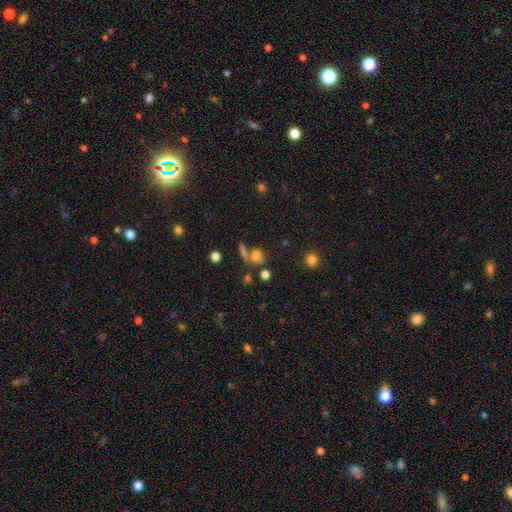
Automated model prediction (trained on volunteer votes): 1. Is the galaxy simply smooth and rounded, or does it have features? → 67% smooth, 20% star or artifact, 13% featured or disk.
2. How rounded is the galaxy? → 64% round, 28% in between, 8% cigar-shaped.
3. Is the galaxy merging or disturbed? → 52% none, 29% merger, 11% minor disturbance, 8% major disturbance.